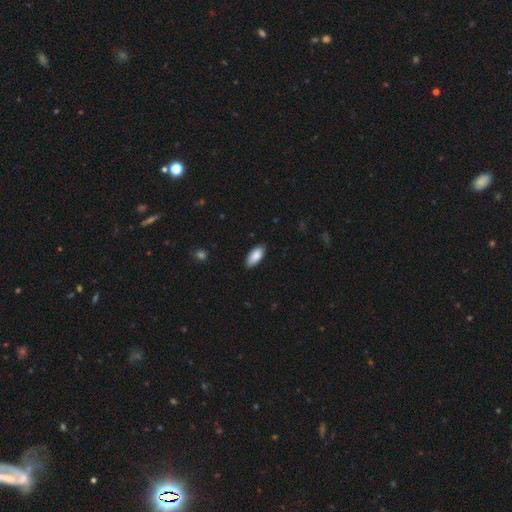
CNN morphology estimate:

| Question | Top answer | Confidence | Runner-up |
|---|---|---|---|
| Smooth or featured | smooth | 88% | featured or disk (6%) |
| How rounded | in between | 89% | cigar-shaped (9%) |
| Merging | none | 85% | minor disturbance (12%) |